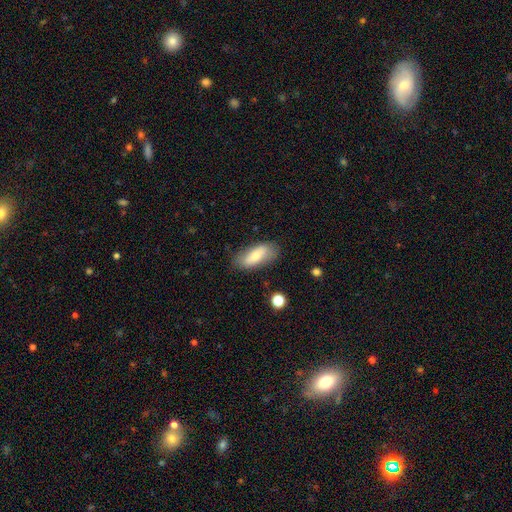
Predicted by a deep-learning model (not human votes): smooth_or_featured: smooth (p=0.68) [alt: featured or disk p=0.25]
how_rounded: in between (p=0.79) [alt: cigar-shaped p=0.18]
merging: none (p=0.78) [alt: minor disturbance p=0.16]